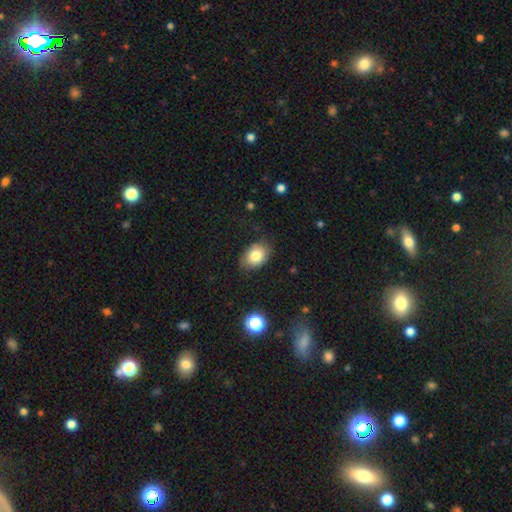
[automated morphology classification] Overall: smooth (80%). How rounded: in between (81%). Merging: none (76%).